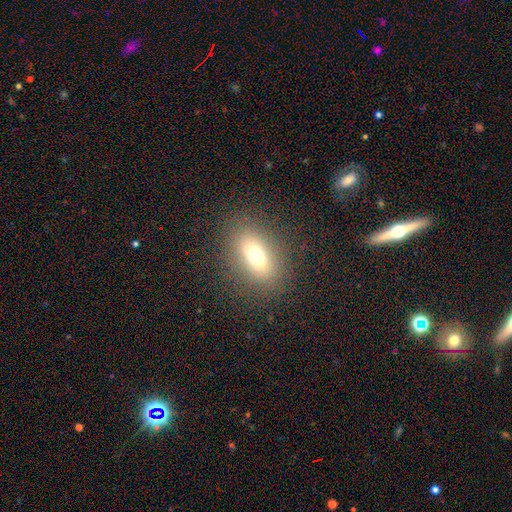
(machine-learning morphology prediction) Q: Smooth or featured?
A: smooth (70%); runner-up: featured or disk (17%)
Q: How rounded?
A: in between (78%); runner-up: round (14%)
Q: Merging?
A: none (85%); runner-up: minor disturbance (9%)